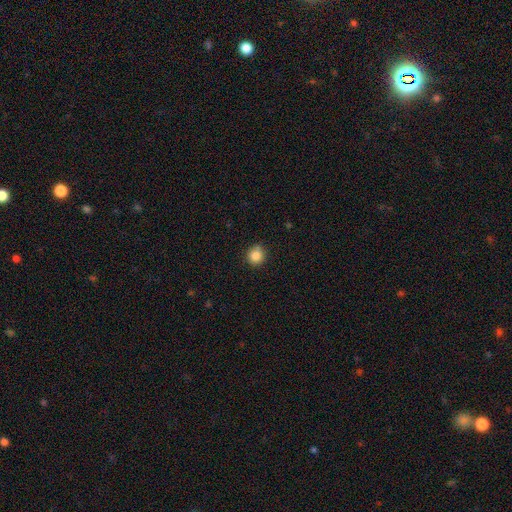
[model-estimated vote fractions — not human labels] This appears to be a smooth galaxy with no disk features (85%) that is round (91%). Merging: none (86%).